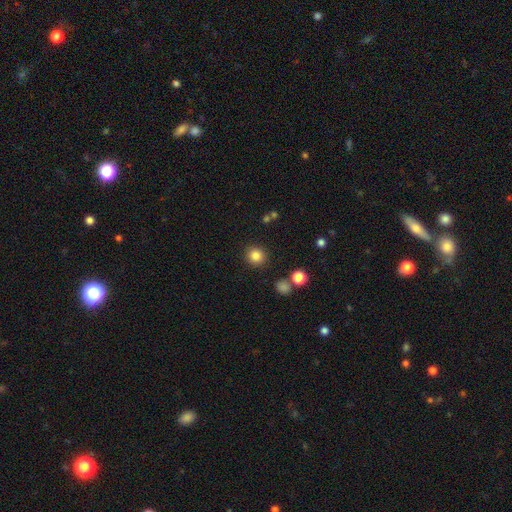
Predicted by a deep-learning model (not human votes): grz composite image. It shows a smooth galaxy with no disk features (84%) that is round (90%). Merging: none (89%).